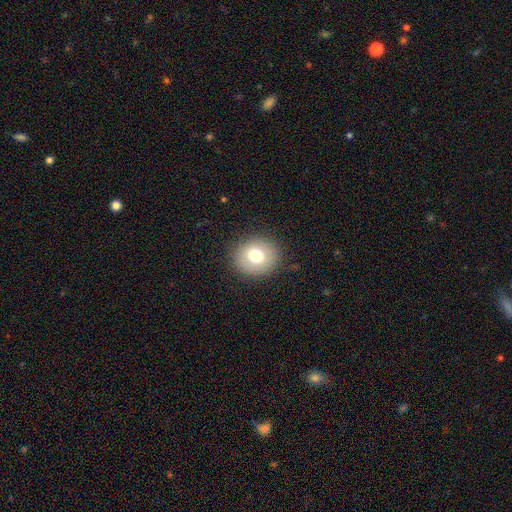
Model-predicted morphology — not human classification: smooth 74%, featured or disk 16%, star or artifact 10%. Down the decision tree: how rounded — round (75%); merging — none (87%).